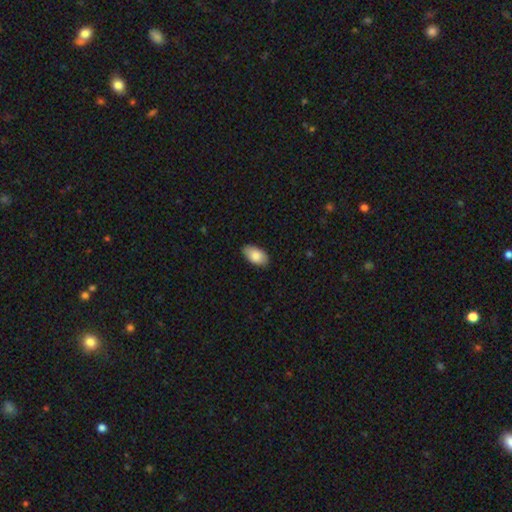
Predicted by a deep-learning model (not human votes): Morphology: type=smooth (86%); roundness=in between (95%); merging=none (86%).